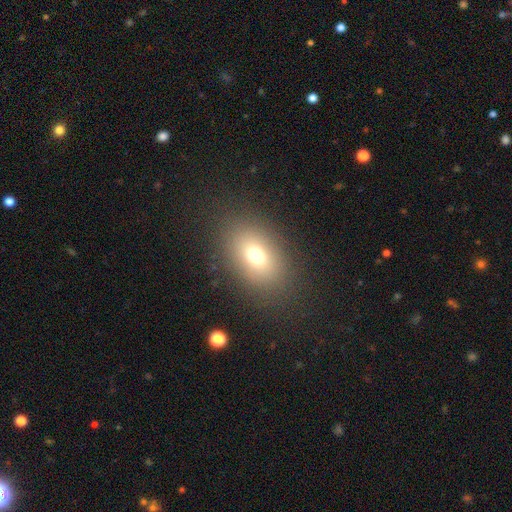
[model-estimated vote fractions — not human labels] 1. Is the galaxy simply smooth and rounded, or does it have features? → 73% smooth, 14% star or artifact, 13% featured or disk.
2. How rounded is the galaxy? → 77% in between, 22% round, 1% cigar-shaped.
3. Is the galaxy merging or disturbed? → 84% none, 9% minor disturbance, 5% major disturbance, 1% merger.